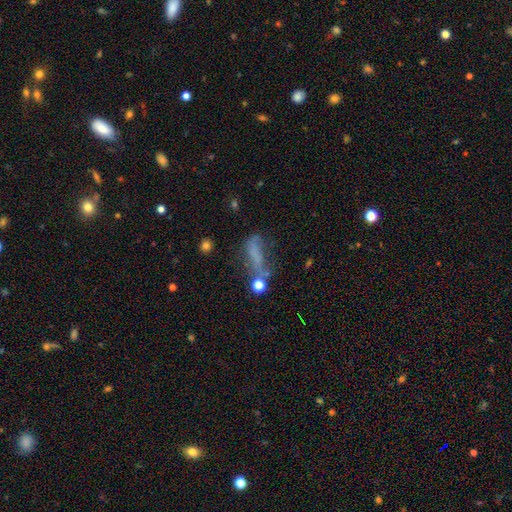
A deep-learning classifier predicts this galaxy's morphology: The model was most divided on "merging": major disturbance: 34%, none: 31%, minor disturbance: 22%, merger: 13%. Remaining: smooth or featured — smooth (45%).